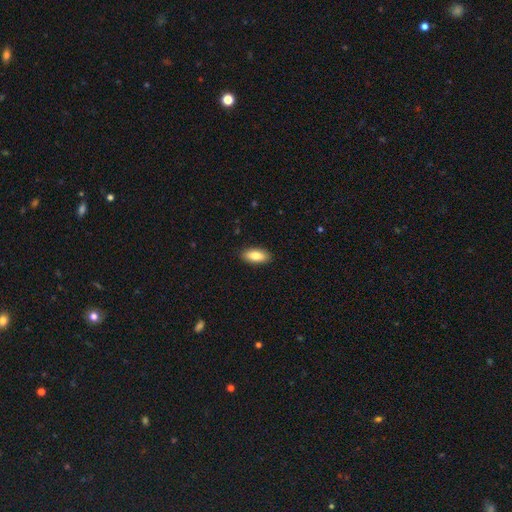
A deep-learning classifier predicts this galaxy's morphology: A smooth galaxy with no disk features (83%) that is in between round and cigar-shaped (86%).

Vote fractions:
- Smooth or featured? smooth: 83% / featured or disk: 10% / star or artifact: 6%
- How rounded? in between: 86% / cigar-shaped: 11% / round: 2%
- Merging? none: 90% / minor disturbance: 8% / major disturbance: 2% / merger: 1%